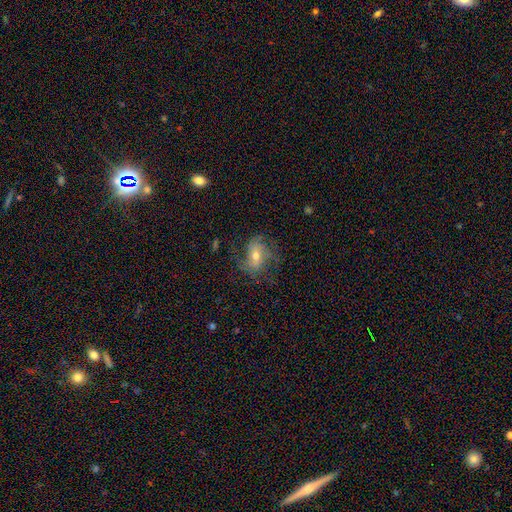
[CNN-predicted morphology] Smooth or featured?
  - featured or disk: 63% *
  - smooth: 27%
  - star or artifact: 10%
Edge-on disk?
  - no: 95% *
  - yes: 5%
Bar?
  - no: 45% *
  - weak: 37%
  - strong: 18%
Spiral arms?
  - yes: 83% *
  - no: 17%
Bulge size?
  - moderate: 61% *
  - small: 32%
  - large: 4%
  - none: 1%
  - dominant: 1%
Merging?
  - none: 61% *
  - minor disturbance: 20%
  - major disturbance: 17%
  - merger: 2%